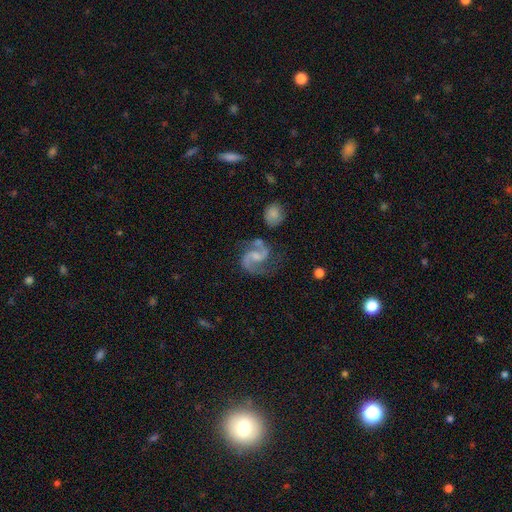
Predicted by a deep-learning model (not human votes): This appears to be a featured or disk galaxy (90%) with a weak bar (46%), 2 (94%) medium (59%) spiral arms (98%) and a small central bulge (41%). Merging: none (66%).